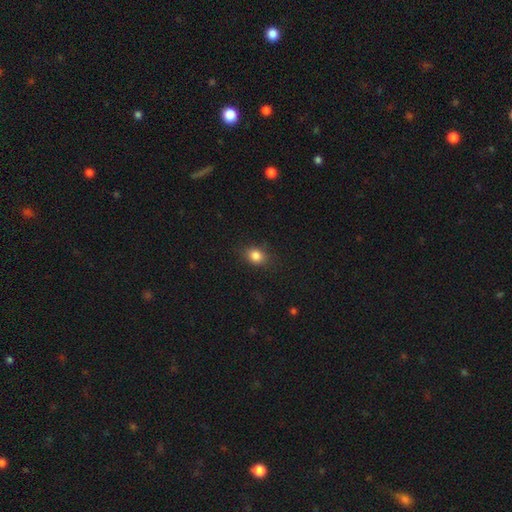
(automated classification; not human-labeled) This appears to be a smooth galaxy with no disk features (84%) that is in between round and cigar-shaped (54%). Merging: none (81%).